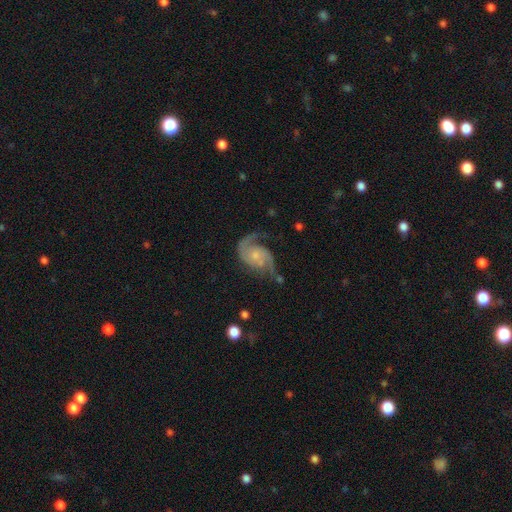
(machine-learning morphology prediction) type=featured or disk (86%); edge-on=no (98%); bar=no (71%); spiral arms=yes (96%); winding=medium (48%); arm count=2 (83%); bulge=small (63%); merging=none (57%).